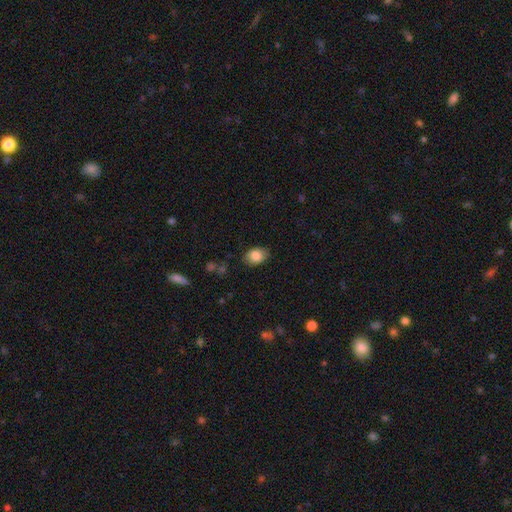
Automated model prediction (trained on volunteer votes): Q: Smooth or featured?
A: smooth (84%); runner-up: featured or disk (8%)
Q: How rounded?
A: in between (79%); runner-up: round (20%)
Q: Merging?
A: none (83%); runner-up: minor disturbance (13%)